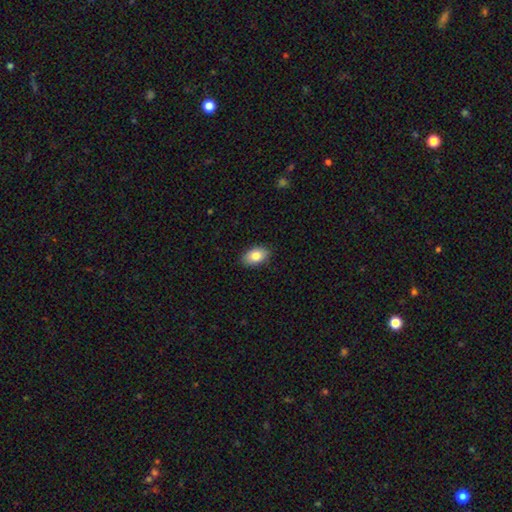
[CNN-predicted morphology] The model was most divided on "smooth or featured": smooth: 84%, featured or disk: 9%, star or artifact: 7%. More confident: how rounded — in between (92%); merging — none (88%).